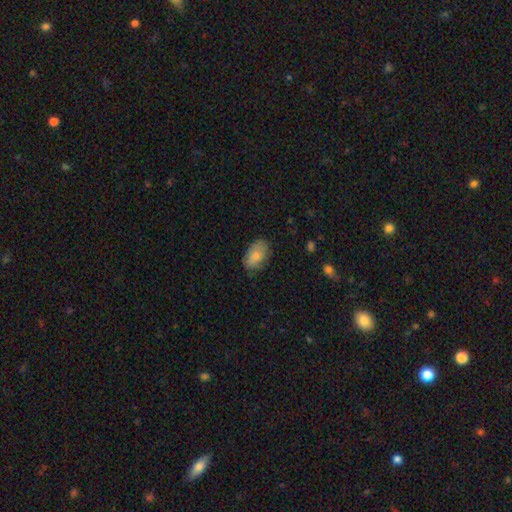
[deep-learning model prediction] smooth 80%, featured or disk 13%, star or artifact 7%. Down the decision tree: how rounded — in between (90%); merging — none (75%).